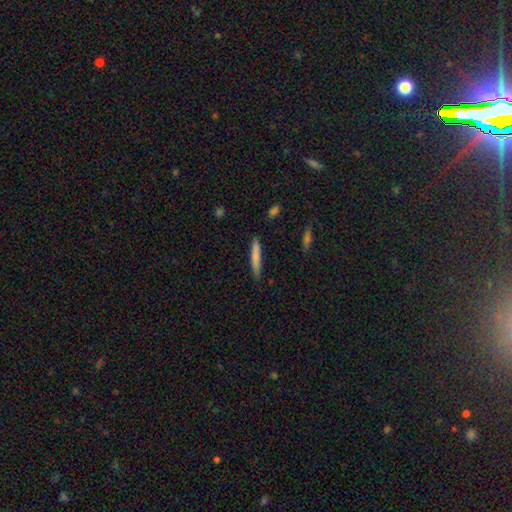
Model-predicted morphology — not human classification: Smooth or featured: smooth — 77% (featured or disk — 17%)
How rounded: cigar-shaped — 94% (in between — 5%)
Merging: none — 85% (minor disturbance — 12%)